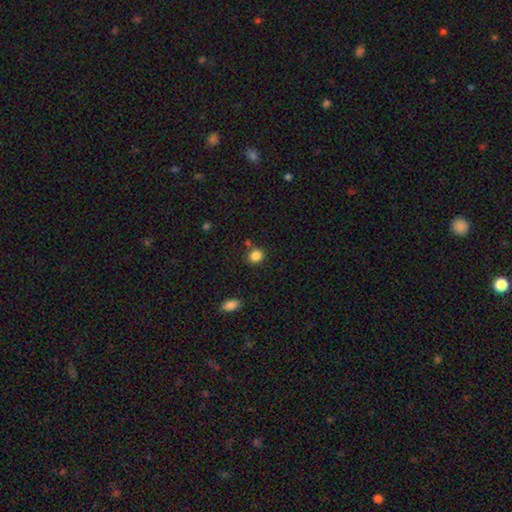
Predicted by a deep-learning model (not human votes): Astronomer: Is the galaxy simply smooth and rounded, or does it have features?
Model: smooth — 86%.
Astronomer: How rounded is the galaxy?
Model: round — 72%.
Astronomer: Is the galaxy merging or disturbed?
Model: none — 76%.